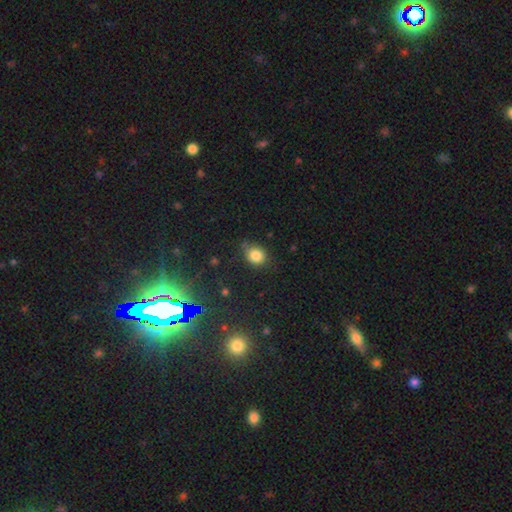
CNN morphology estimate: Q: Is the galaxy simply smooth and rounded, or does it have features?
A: smooth — 83%.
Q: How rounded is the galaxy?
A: round — 64%.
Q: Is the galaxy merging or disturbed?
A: none — 68%.